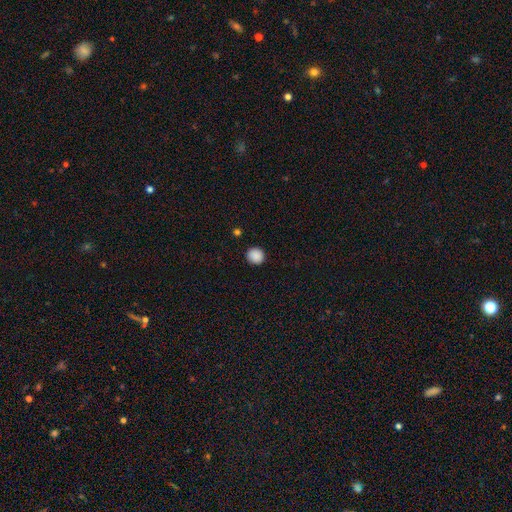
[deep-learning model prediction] Smooth or featured? smooth (89%)
How rounded? round (92%)
Merging? none (91%)